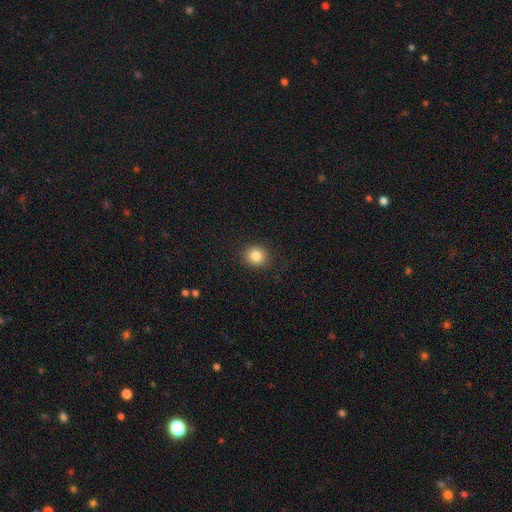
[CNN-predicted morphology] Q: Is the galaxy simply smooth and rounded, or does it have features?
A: smooth — 84%.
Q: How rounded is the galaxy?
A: round — 85%.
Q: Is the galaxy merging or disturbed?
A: none — 89%.